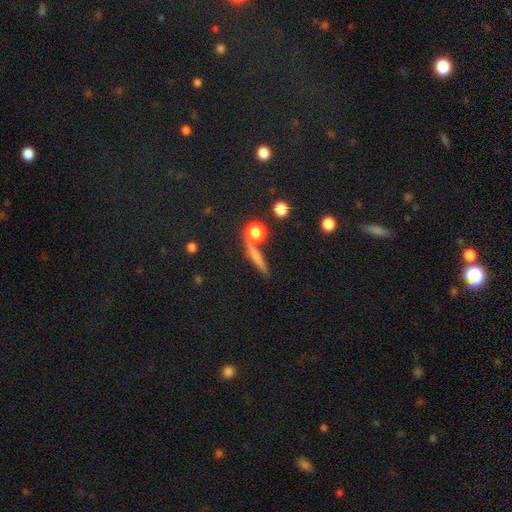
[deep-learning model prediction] Smooth or featured: smooth — 58% (featured or disk — 29%)
How rounded: cigar-shaped — 72% (round — 16%)
Merging: none — 74% (merger — 11%)